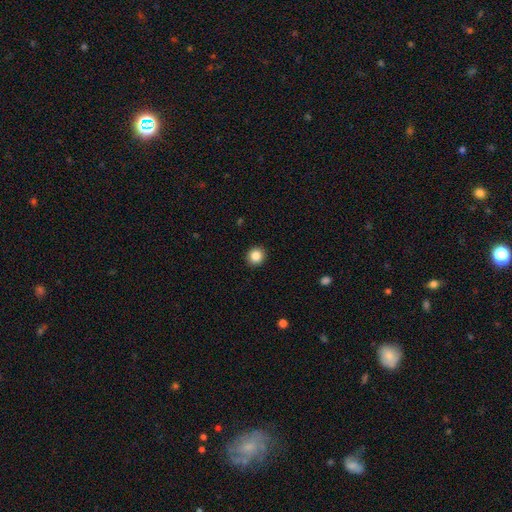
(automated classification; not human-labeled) This appears to be a smooth galaxy with no disk features (86%) that is round (90%). Merging: none (92%).